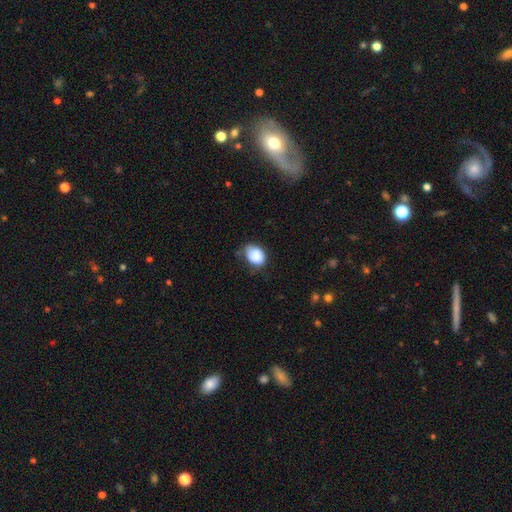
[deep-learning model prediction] smooth 86%, star or artifact 8%, featured or disk 6%. Down the decision tree: how rounded — in between (68%); merging — none (50%).